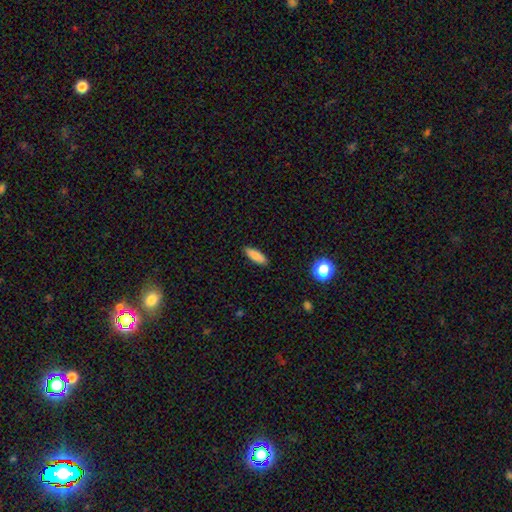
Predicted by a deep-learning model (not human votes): smooth_or_featured: smooth (p=0.85) [alt: star or artifact p=0.08]
how_rounded: in between (p=0.51) [alt: cigar-shaped p=0.47]
merging: none (p=0.89) [alt: minor disturbance p=0.08]